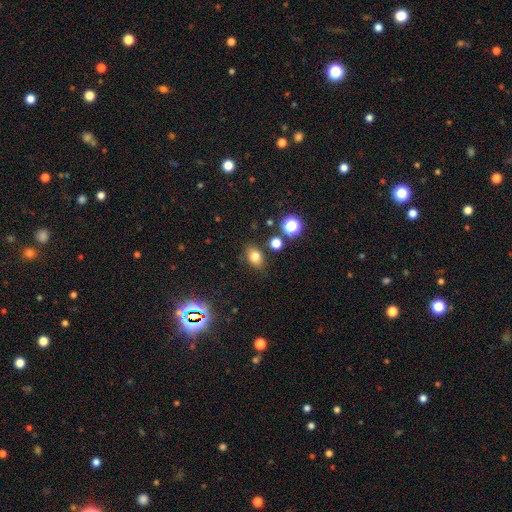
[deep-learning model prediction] smooth 77%, star or artifact 15%, featured or disk 8%. Down the decision tree: how rounded — in between (69%); merging — none (81%).